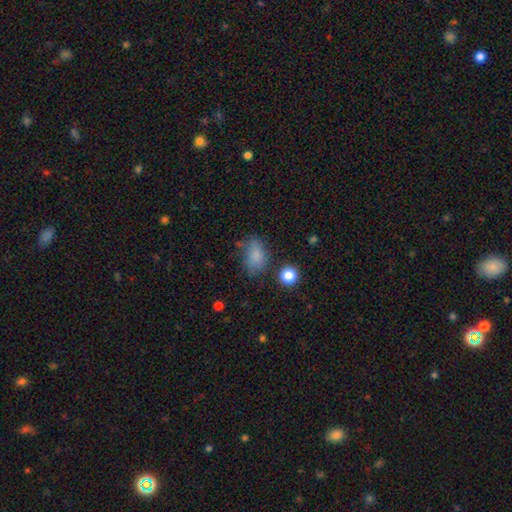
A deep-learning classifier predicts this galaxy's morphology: smooth 79%, star or artifact 12%, featured or disk 9%. Down the decision tree: how rounded — in between (82%); merging — none (58%).